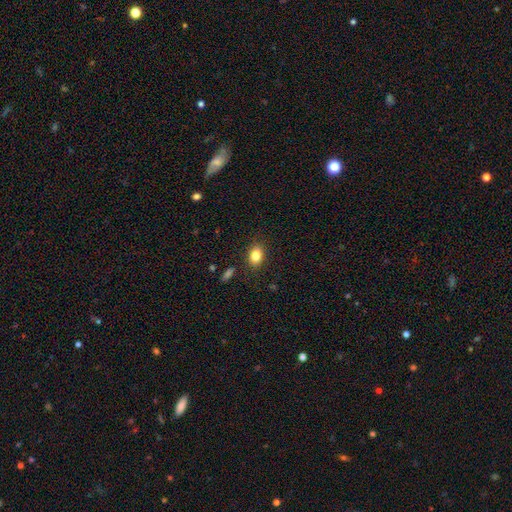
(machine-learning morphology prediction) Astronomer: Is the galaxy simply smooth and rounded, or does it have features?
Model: smooth — 83%.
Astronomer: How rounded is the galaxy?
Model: in between — 76%.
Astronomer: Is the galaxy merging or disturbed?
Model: none — 86%.